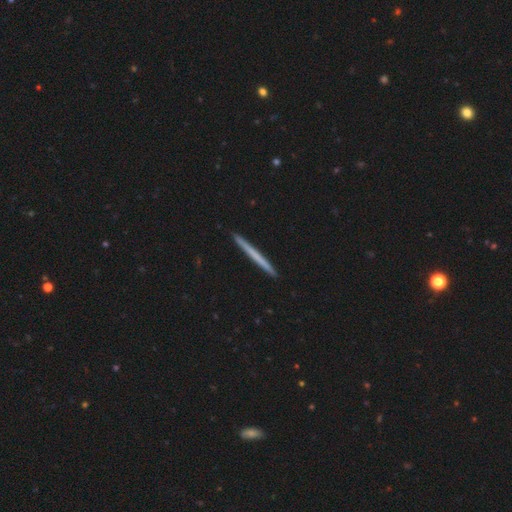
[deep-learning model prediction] The model was most divided on "smooth or featured": smooth: 52%, featured or disk: 43%, star or artifact: 5%. More confident: how rounded — cigar-shaped (97%); merging — none (93%).